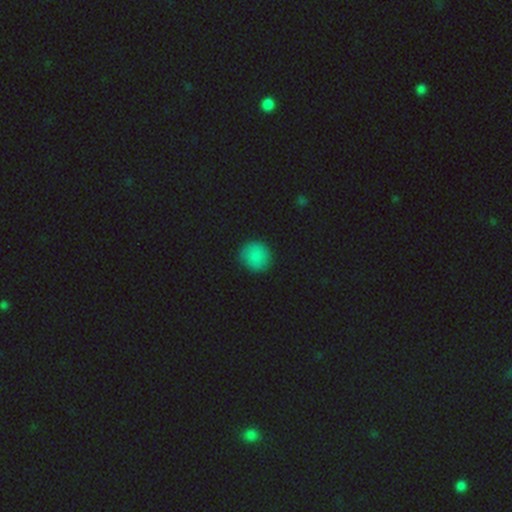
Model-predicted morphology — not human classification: This is clearly a smooth galaxy (84%). How rounded: clearly round (91%). Merging: clearly none (89%).